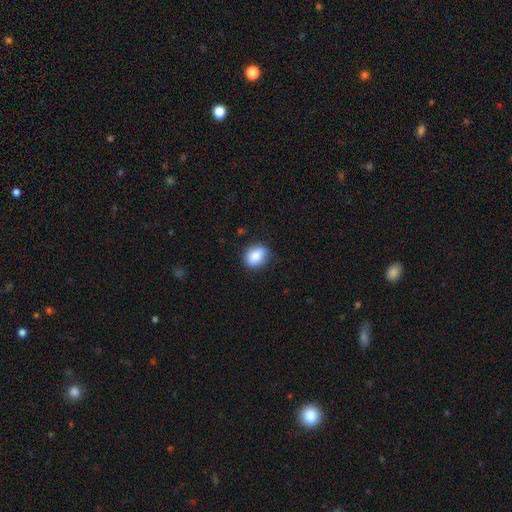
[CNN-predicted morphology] smooth 83%, featured or disk 9%, star or artifact 8%. Down the decision tree: how rounded — in between (63%); merging — none (82%).